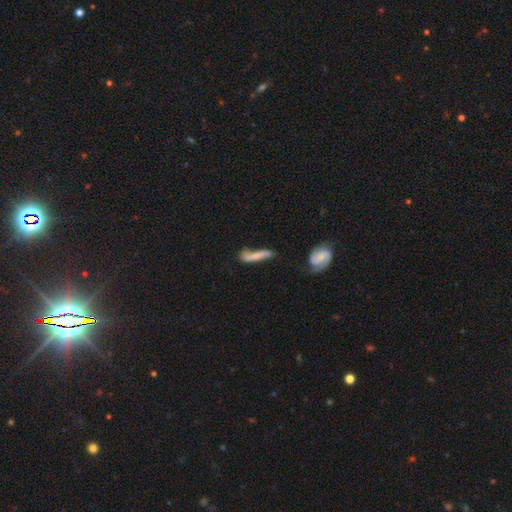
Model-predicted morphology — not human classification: A smooth galaxy with no disk features (59%) that is cigar-shaped (84%).

Vote fractions:
- Smooth or featured? smooth: 59% / featured or disk: 34% / star or artifact: 7%
- How rounded? cigar-shaped: 84% / in between: 14% / round: 2%
- Merging? none: 44% / minor disturbance: 27% / major disturbance: 16% / merger: 12%